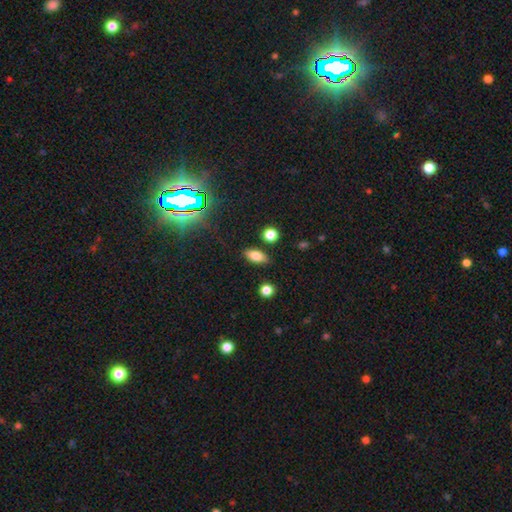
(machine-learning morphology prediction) smooth_or_featured: smooth (p=0.78) [alt: featured or disk p=0.11]
how_rounded: in between (p=0.84) [alt: cigar-shaped p=0.10]
merging: none (p=0.84) [alt: minor disturbance p=0.10]